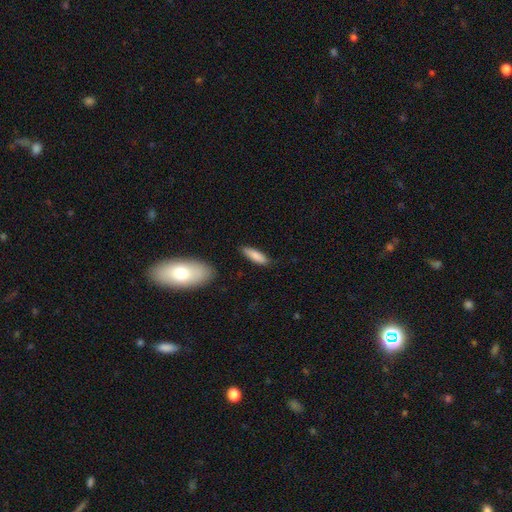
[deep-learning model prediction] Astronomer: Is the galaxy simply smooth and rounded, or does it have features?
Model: smooth — 84%.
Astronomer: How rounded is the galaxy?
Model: cigar-shaped — 53% (runner-up: in between, 45%).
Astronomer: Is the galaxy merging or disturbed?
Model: none — 82%.